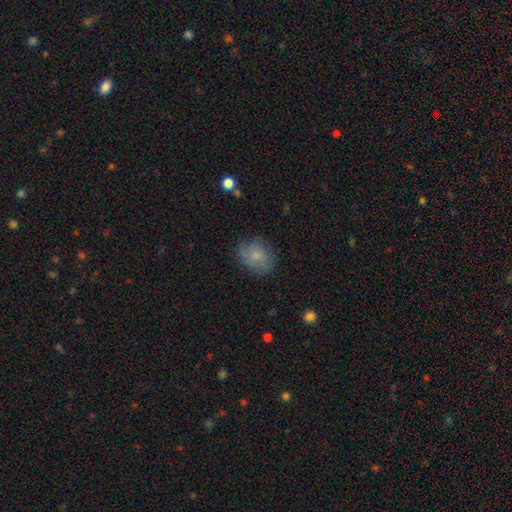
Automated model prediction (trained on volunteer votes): This appears to be a smooth galaxy with no disk features (67%) that is in between round and cigar-shaped (51%). Merging: none (68%).